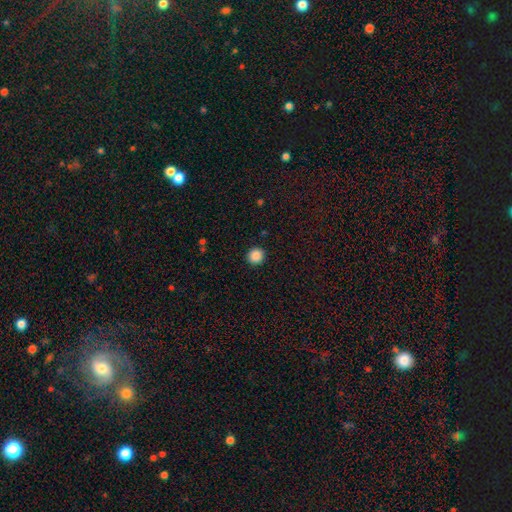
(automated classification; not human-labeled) smooth_or_featured: smooth (p=0.88) [alt: star or artifact p=0.10]
how_rounded: round (p=0.92) [alt: in between p=0.07]
merging: none (p=0.92) [alt: minor disturbance p=0.05]